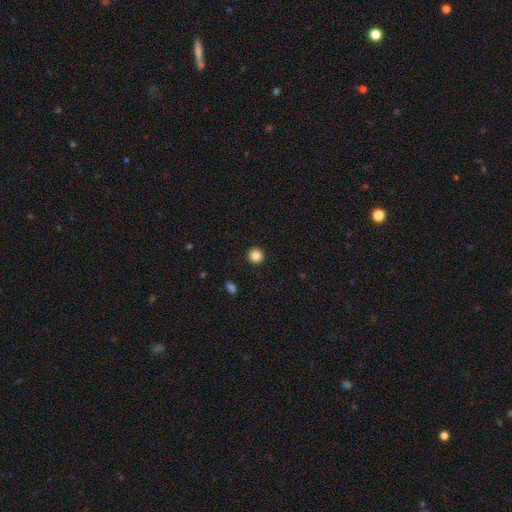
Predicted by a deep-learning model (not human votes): This is clearly a smooth galaxy (85%). How rounded: clearly round (95%). Merging: clearly none (93%).